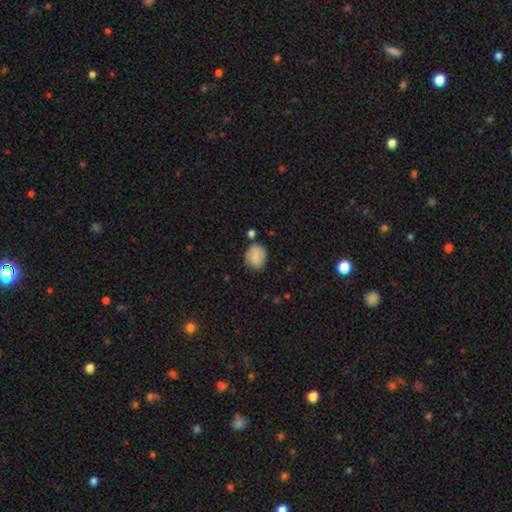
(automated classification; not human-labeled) Smooth or featured: smooth — 80% (featured or disk — 12%)
How rounded: round — 64% (in between — 35%)
Merging: none — 68% (minor disturbance — 21%)